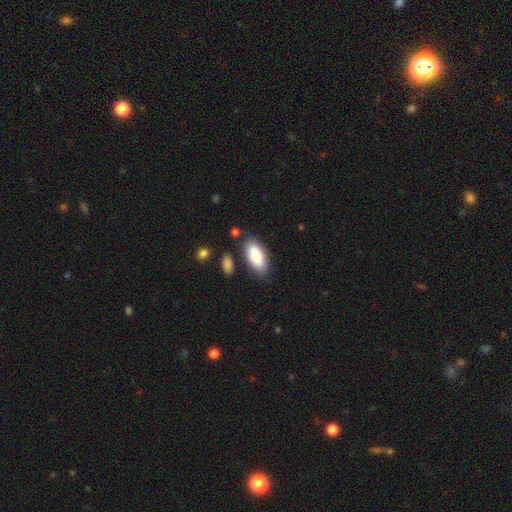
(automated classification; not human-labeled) Smooth or featured? smooth (88%)
How rounded? in between (87%)
Merging? none (82%)